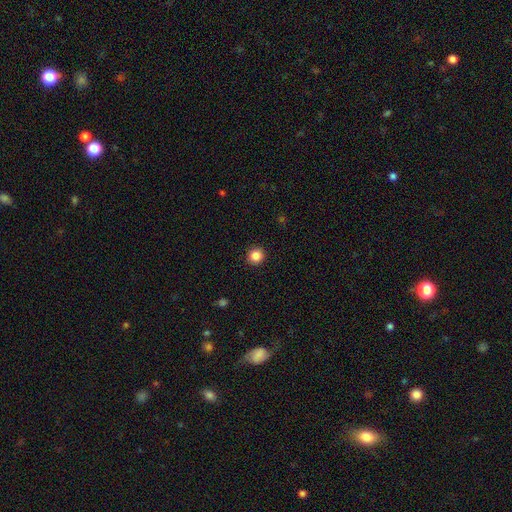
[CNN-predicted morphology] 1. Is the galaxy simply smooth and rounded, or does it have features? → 86% smooth, 10% star or artifact, 4% featured or disk.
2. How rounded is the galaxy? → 92% round, 7% in between, 1% cigar-shaped.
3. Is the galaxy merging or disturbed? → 92% none, 5% minor disturbance, 2% major disturbance, 1% merger.